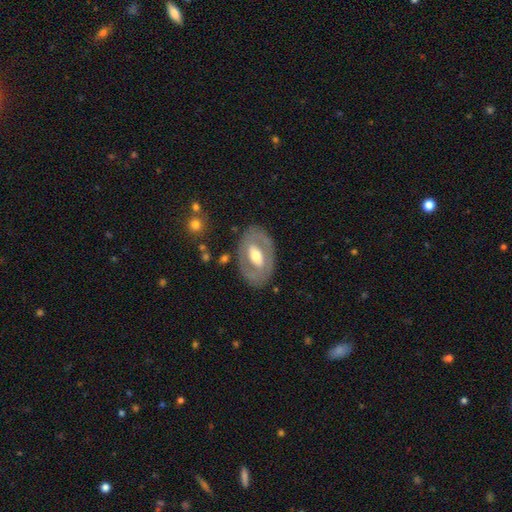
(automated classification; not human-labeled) Smooth or featured?
  - featured or disk: 63% *
  - smooth: 32%
  - star or artifact: 5%
Edge-on disk?
  - no: 91% *
  - yes: 9%
Bar?
  - no: 39% *
  - weak: 33%
  - strong: 28%
Spiral arms?
  - no: 75% *
  - yes: 25%
Bulge size?
  - moderate: 65% *
  - large: 20%
  - small: 12%
  - dominant: 2%
  - none: 1%
Merging?
  - none: 79% *
  - minor disturbance: 13%
  - major disturbance: 6%
  - merger: 2%